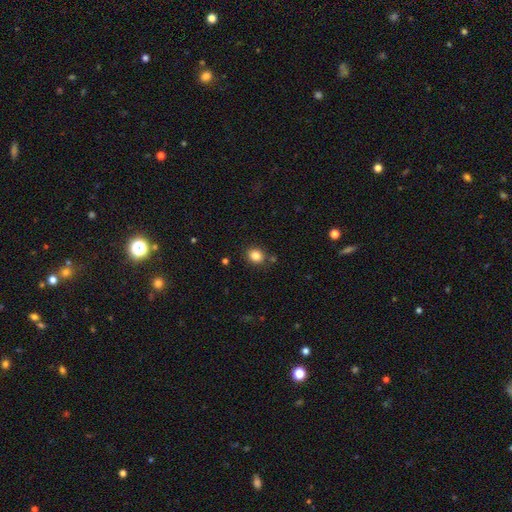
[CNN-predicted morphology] A smooth galaxy with no disk features (84%) that is round (63%). Merging: none (82%).